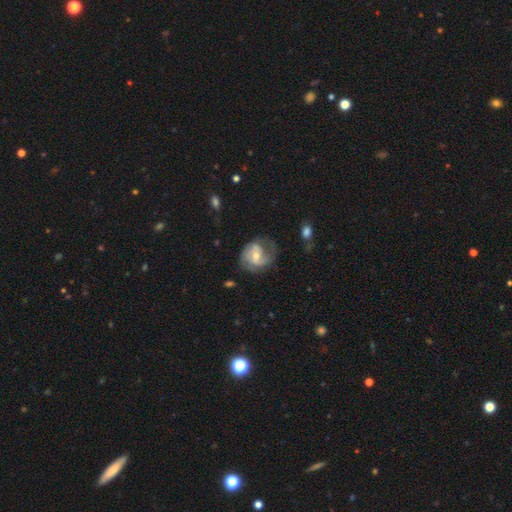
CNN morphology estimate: This appears to be a featured or disk galaxy (70%) with no bar (47%), 2 (63%) medium (44%) spiral arms (87%) and a moderate central bulge (53%). Merging: none (53%).